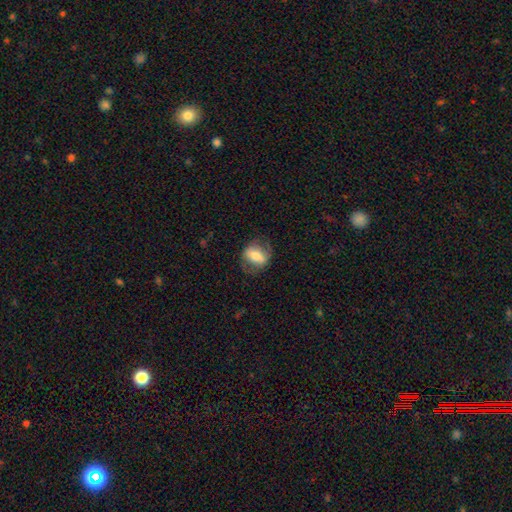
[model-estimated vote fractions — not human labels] Smooth or featured: smooth — 55% (featured or disk — 38%)
How rounded: in between — 64% (round — 33%)
Merging: none — 67% (minor disturbance — 19%)